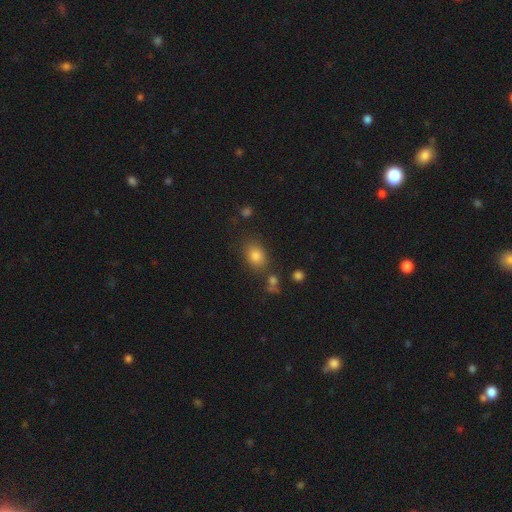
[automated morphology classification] Smooth or featured? smooth (81%)
How rounded? in between (63%)
Merging? none (75%)